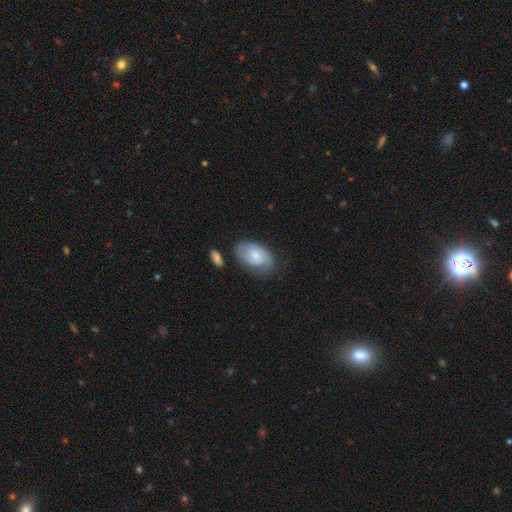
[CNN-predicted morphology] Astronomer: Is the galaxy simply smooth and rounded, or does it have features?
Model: featured or disk — 52% (runner-up: smooth, 42%).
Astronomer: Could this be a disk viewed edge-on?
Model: no — 96%.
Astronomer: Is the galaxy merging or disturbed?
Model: none — 65%.